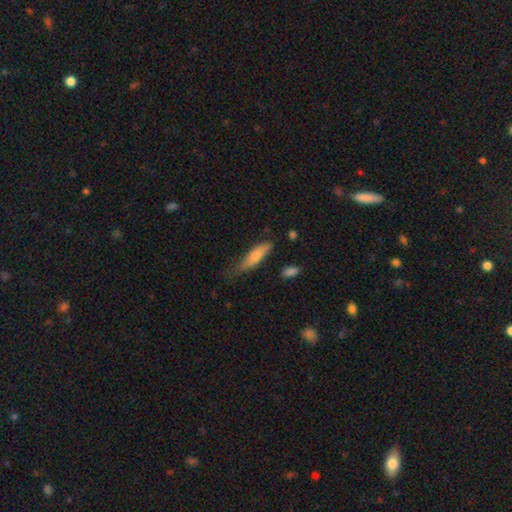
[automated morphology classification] Smooth or featured? smooth (77%)
How rounded? cigar-shaped (61%)
Merging? none (51%)